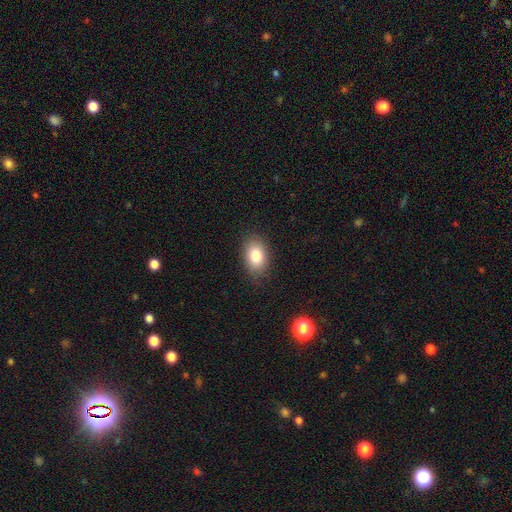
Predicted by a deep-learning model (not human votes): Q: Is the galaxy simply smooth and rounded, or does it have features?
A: smooth — 81%.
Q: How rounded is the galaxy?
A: in between — 83%.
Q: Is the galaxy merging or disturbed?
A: none — 84%.